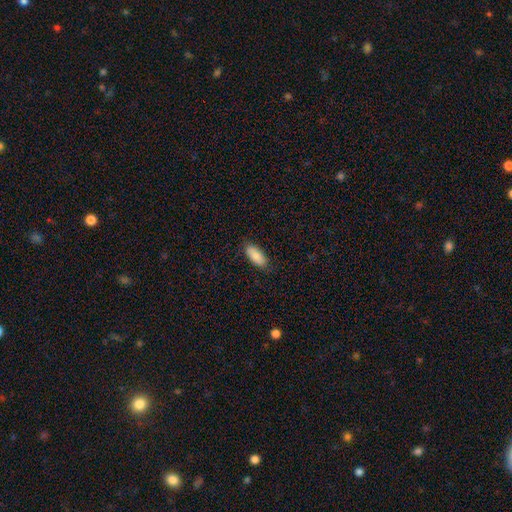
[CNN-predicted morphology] This appears to be a smooth galaxy with no disk features (88%) that is in between round and cigar-shaped (84%). Merging: none (84%).